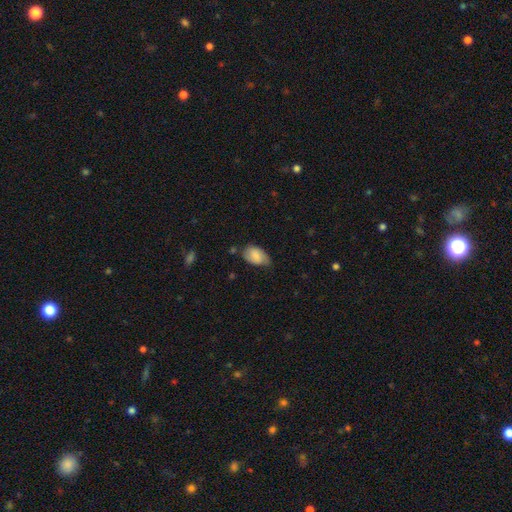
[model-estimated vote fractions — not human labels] Q: Smooth or featured?
A: smooth (77%); runner-up: featured or disk (16%)
Q: How rounded?
A: in between (91%); runner-up: round (8%)
Q: Merging?
A: none (53%); runner-up: minor disturbance (36%)